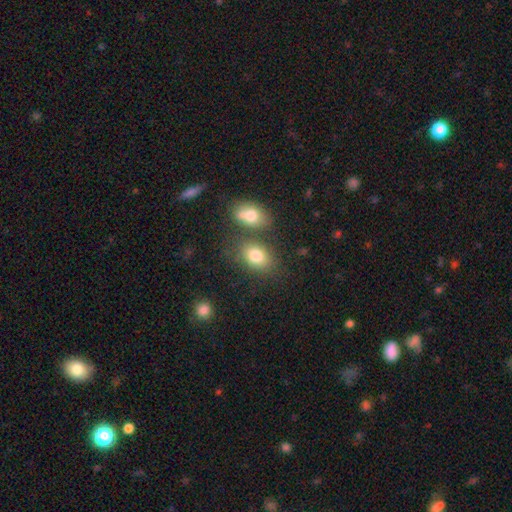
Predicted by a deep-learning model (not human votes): smooth 80%, featured or disk 10%, star or artifact 10%. Down the decision tree: how rounded — in between (77%); merging — none (63%).